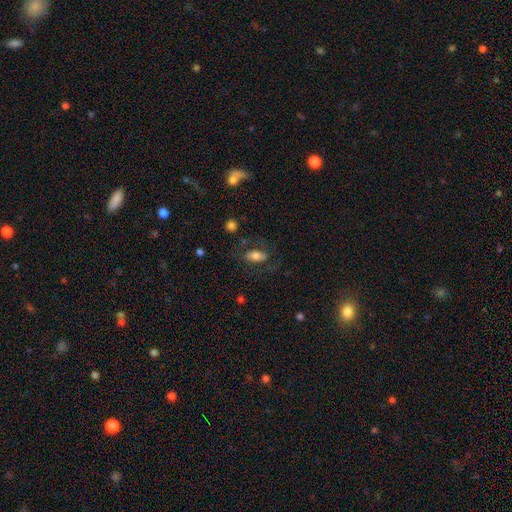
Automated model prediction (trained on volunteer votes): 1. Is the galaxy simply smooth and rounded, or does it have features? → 67% smooth, 25% featured or disk, 8% star or artifact.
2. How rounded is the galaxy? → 88% in between, 6% round, 6% cigar-shaped.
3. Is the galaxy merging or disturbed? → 67% none, 16% minor disturbance, 14% major disturbance, 3% merger.